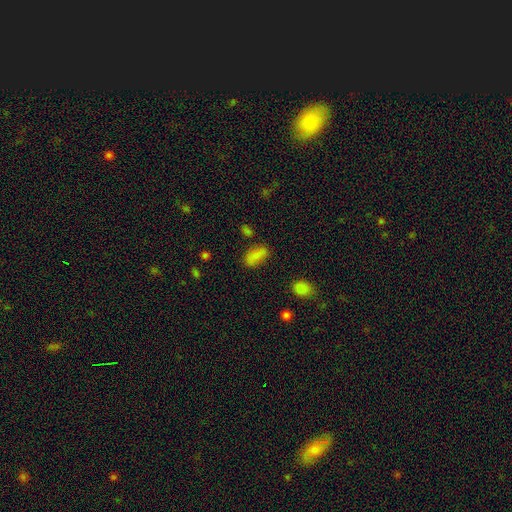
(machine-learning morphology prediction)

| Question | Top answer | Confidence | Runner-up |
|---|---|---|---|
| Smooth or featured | smooth | 81% | star or artifact (11%) |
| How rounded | in between | 88% | cigar-shaped (7%) |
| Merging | none | 74% | minor disturbance (17%) |